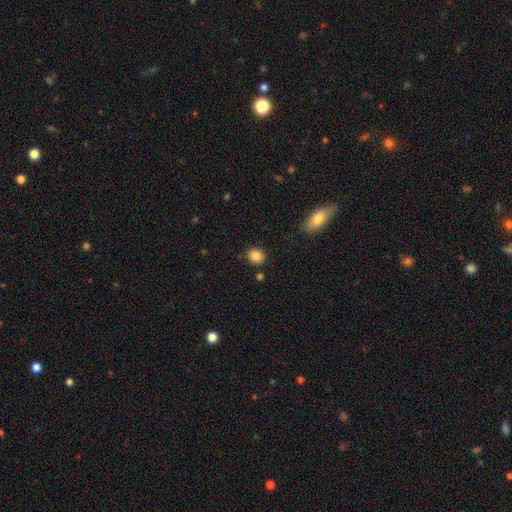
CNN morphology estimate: smooth-or-featured: smooth: 86% | star or artifact: 10% | featured or disk: 4%
  how-rounded: round: 72% | in between: 27% | cigar-shaped: 1%
  merging: none: 85% | minor disturbance: 10% | merger: 3% | major disturbance: 3%